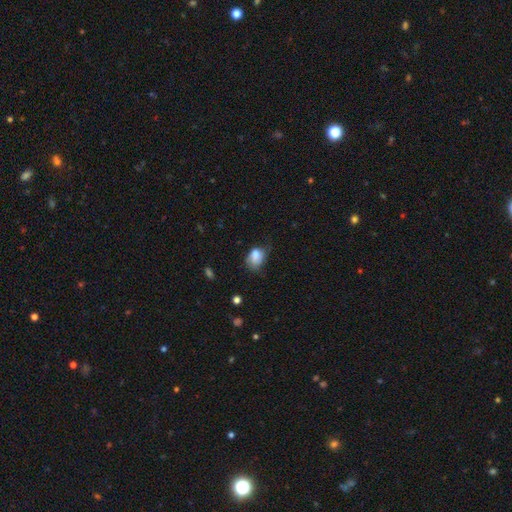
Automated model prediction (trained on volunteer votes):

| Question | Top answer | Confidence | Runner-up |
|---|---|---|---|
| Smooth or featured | smooth | 80% | featured or disk (12%) |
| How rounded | in between | 69% | round (30%) |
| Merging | none | 41% | minor disturbance (39%) |